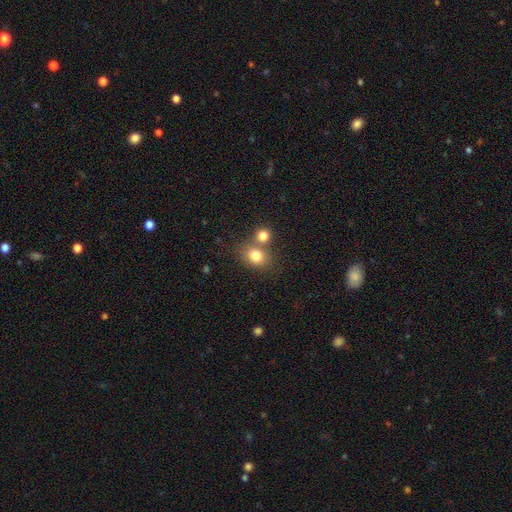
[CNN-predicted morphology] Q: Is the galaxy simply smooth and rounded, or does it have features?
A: smooth — 80%.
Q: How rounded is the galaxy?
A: round — 55%.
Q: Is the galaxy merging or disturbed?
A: none — 51%.